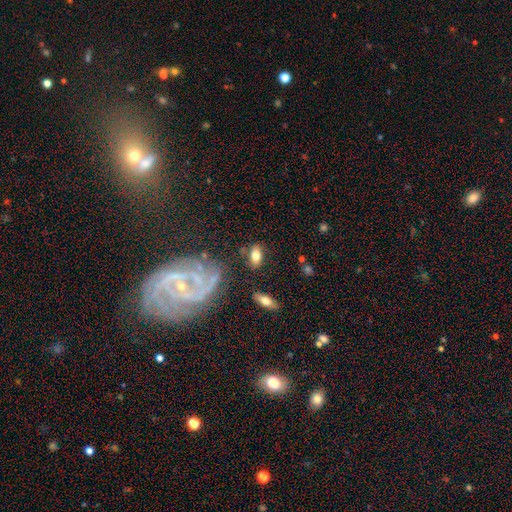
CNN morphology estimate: Smooth or featured?
  - smooth: 74% *
  - featured or disk: 18%
  - star or artifact: 9%
How rounded?
  - in between: 87% *
  - round: 8%
  - cigar-shaped: 5%
Merging?
  - none: 76% *
  - minor disturbance: 14%
  - major disturbance: 5%
  - merger: 5%